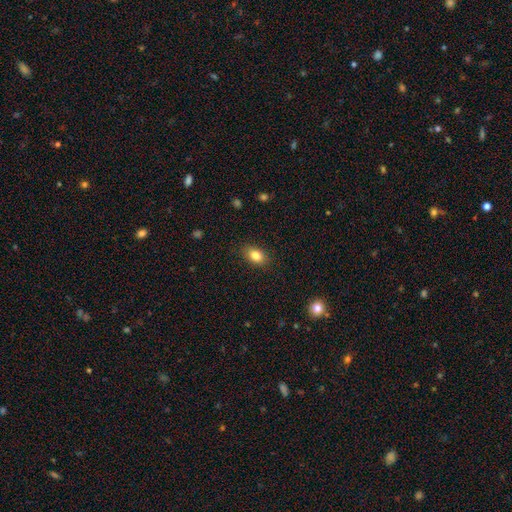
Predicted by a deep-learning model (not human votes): Q: Smooth or featured?
A: smooth (83%); runner-up: star or artifact (9%)
Q: How rounded?
A: in between (84%); runner-up: round (14%)
Q: Merging?
A: none (86%); runner-up: minor disturbance (10%)